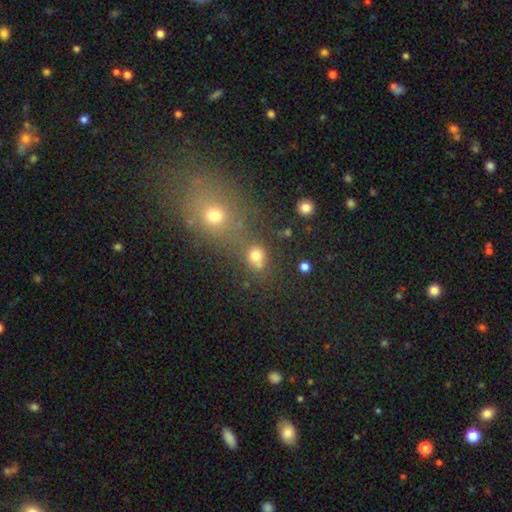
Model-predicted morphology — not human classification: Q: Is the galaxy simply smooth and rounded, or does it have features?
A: smooth — 72%.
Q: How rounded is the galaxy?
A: round — 65%.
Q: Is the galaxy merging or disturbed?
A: none — 50%.